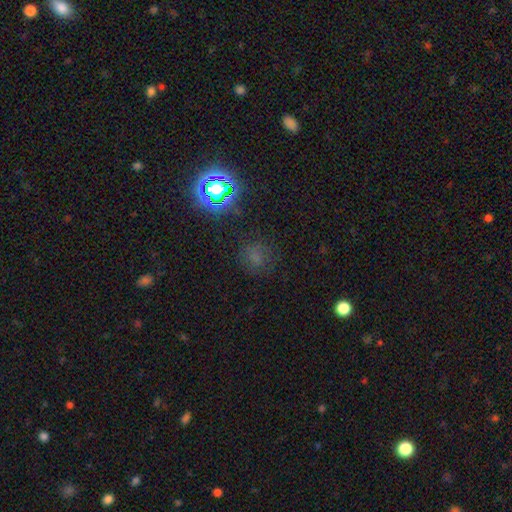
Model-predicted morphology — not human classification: The model was most divided on "smooth or featured": smooth: 56%, star or artifact: 35%, featured or disk: 9%. More confident: how rounded — round (82%); merging — none (77%).